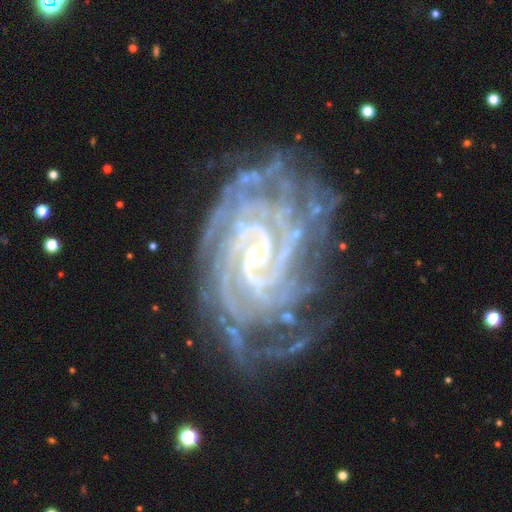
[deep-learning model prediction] This appears to be a featured or disk galaxy (92%) with no bar (49%), 4 (20%, tied with 2) tight (79%) spiral arms (99%) and a small central bulge (78%). Merging: none (66%).